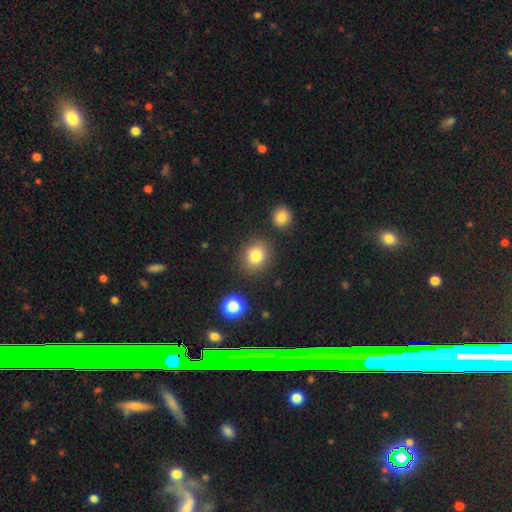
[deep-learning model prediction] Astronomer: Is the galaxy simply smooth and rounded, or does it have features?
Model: smooth — 81%.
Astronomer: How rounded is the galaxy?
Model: round — 69%.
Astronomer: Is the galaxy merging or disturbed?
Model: none — 84%.